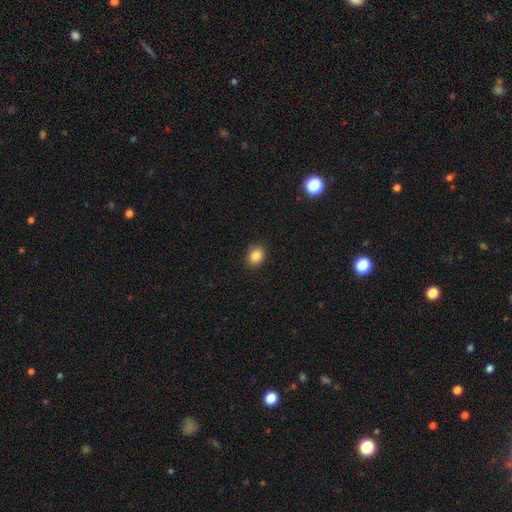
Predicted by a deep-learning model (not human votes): A smooth galaxy with no disk features (86%) that is round (61%). Merging: none (88%).